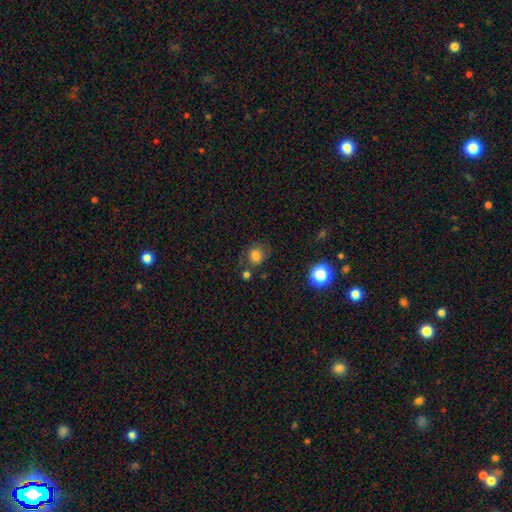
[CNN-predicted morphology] A smooth galaxy with no disk features (76%) that is round (75%).

Vote fractions:
- Smooth or featured? smooth: 76% / star or artifact: 14% / featured or disk: 10%
- How rounded? round: 75% / in between: 25% / cigar-shaped: 1%
- Merging? none: 62% / minor disturbance: 19% / merger: 10% / major disturbance: 9%